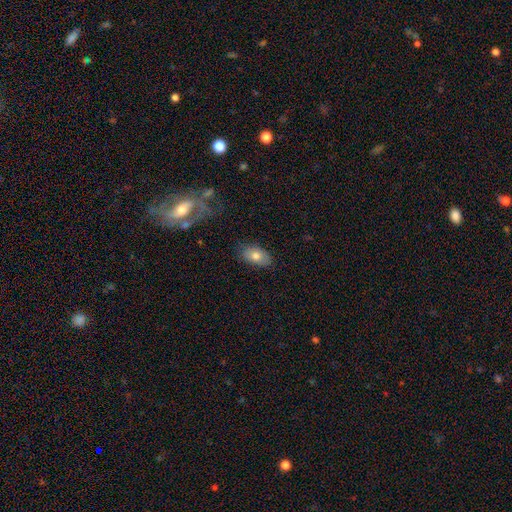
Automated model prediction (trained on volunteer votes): The model was most divided on "smooth or featured": smooth: 75%, featured or disk: 17%, star or artifact: 8%. More confident: how rounded — in between (92%); merging — none (81%).